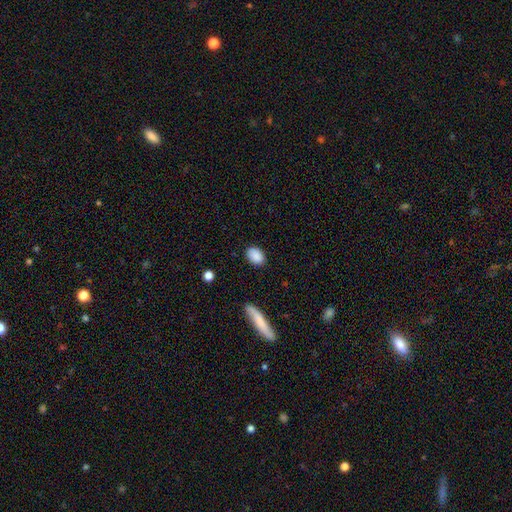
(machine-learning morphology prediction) smooth_or_featured: smooth (p=0.89) [alt: star or artifact p=0.07]
how_rounded: in between (p=0.75) [alt: round p=0.23]
merging: none (p=0.86) [alt: minor disturbance p=0.10]